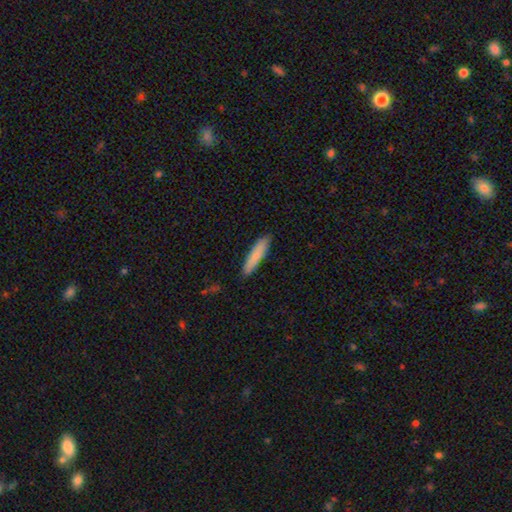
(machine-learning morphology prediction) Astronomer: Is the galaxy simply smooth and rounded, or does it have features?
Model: smooth — 80%.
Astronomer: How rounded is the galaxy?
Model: cigar-shaped — 83%.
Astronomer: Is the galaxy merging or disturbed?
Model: none — 87%.